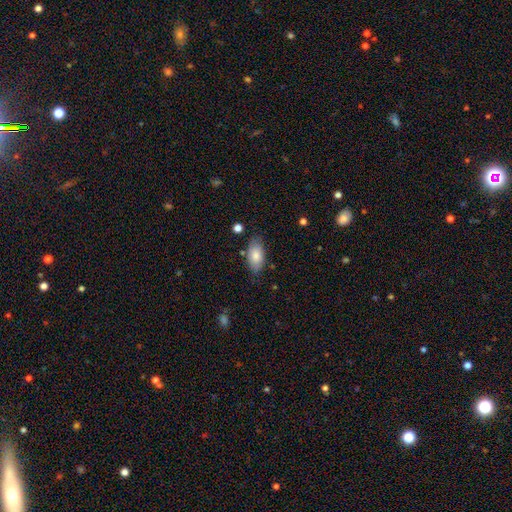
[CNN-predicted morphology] Smooth or featured? smooth (80%)
How rounded? in between (93%)
Merging? none (77%)